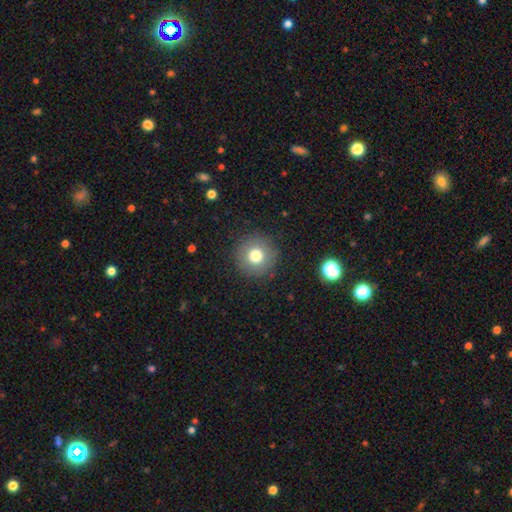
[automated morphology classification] This is likely a smooth galaxy (76%). How rounded: clearly round (96%). Merging: clearly none (90%).